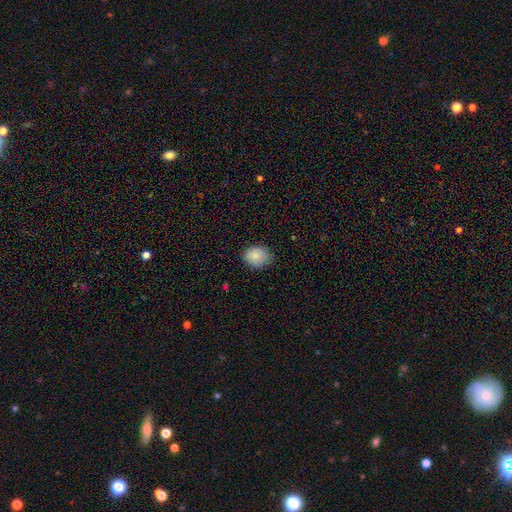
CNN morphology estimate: The model was most divided on "how rounded": round: 54%, in between: 45%, cigar-shaped: 1%. More confident: smooth or featured — smooth (85%); merging — none (74%).